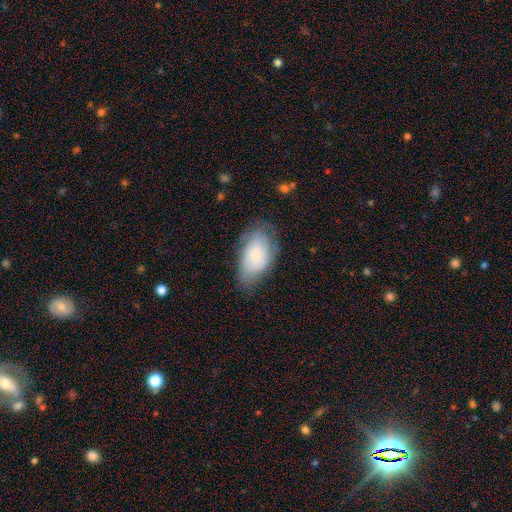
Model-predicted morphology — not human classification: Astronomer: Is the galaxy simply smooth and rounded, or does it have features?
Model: smooth — 63%.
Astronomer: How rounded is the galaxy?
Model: in between — 93%.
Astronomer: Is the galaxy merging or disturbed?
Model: none — 59%.